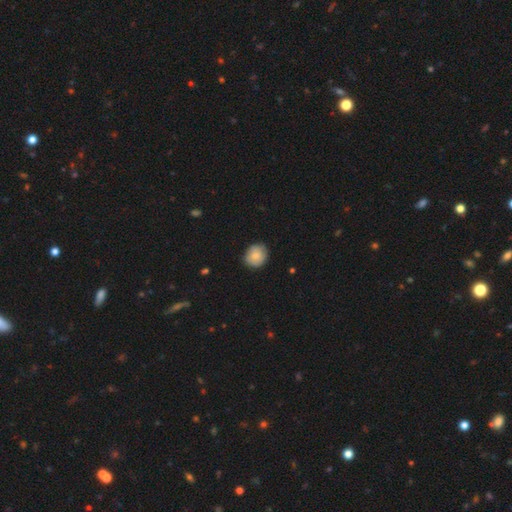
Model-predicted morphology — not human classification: Overall: smooth (80%). How rounded: round (81%). Merging: none (83%).